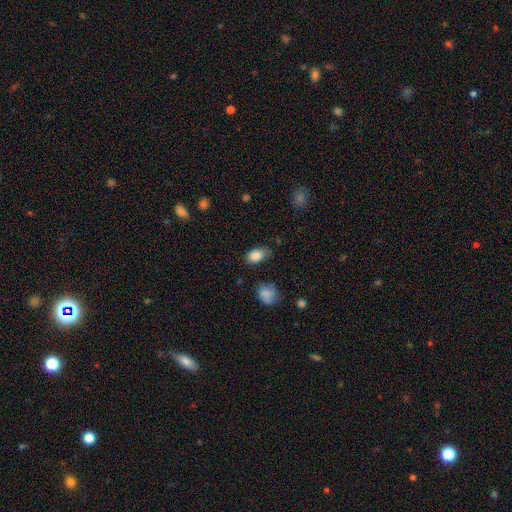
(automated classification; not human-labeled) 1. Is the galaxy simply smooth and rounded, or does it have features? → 86% smooth, 8% star or artifact, 5% featured or disk.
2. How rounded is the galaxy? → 86% in between, 13% round, 2% cigar-shaped.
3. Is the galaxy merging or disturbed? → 70% none, 23% minor disturbance, 5% major disturbance, 2% merger.